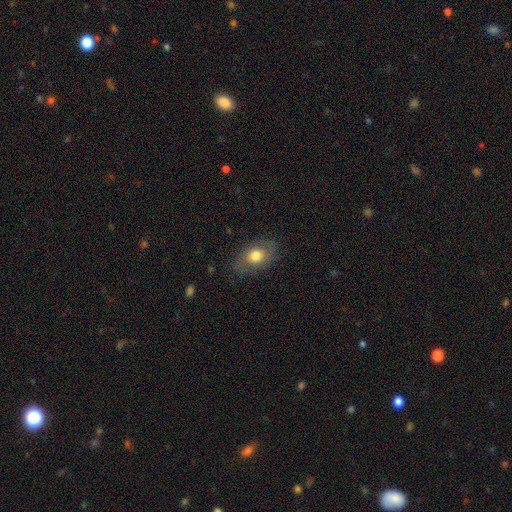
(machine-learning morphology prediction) type=smooth (68%); roundness=in between (80%); merging=none (77%).